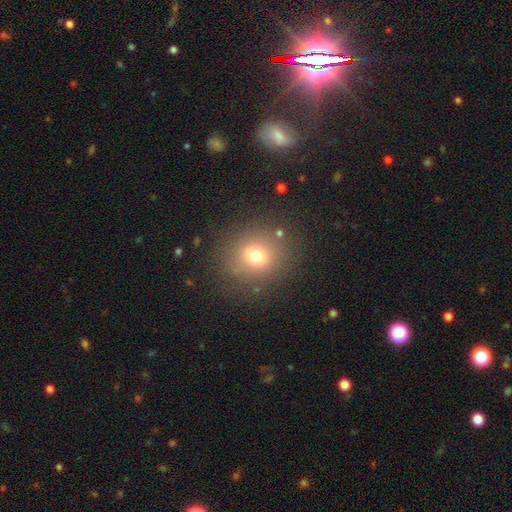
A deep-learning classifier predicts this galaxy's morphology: smooth 71%, star or artifact 17%, featured or disk 12%. Down the decision tree: how rounded — round (80%); merging — none (82%).